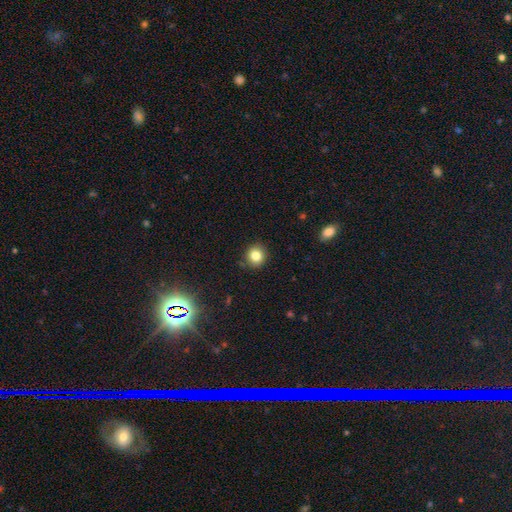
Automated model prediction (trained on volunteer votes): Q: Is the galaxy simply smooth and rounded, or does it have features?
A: smooth — 82%.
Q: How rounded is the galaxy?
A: round — 89%.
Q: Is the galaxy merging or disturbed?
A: none — 89%.